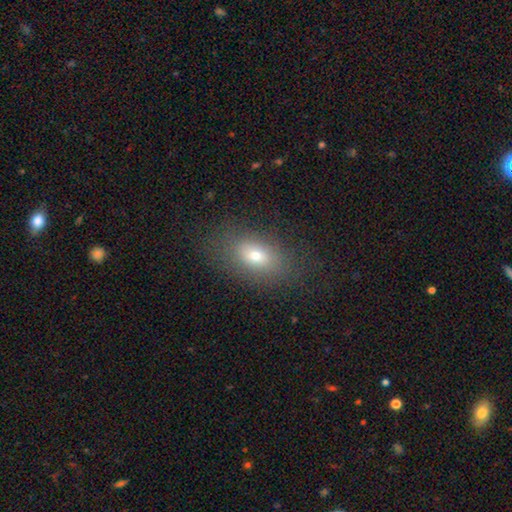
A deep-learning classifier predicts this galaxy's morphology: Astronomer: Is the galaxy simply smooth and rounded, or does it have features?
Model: smooth — 71%.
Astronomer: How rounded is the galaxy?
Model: in between — 82%.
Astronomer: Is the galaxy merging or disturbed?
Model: none — 79%.